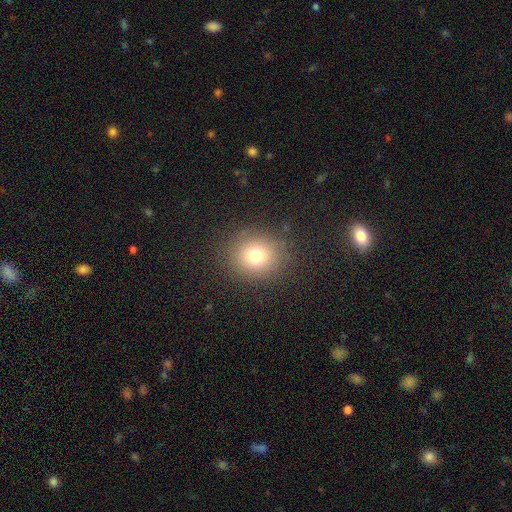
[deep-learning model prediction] This is likely a smooth galaxy (73%). How rounded: clearly round (82%). Merging: clearly none (85%).